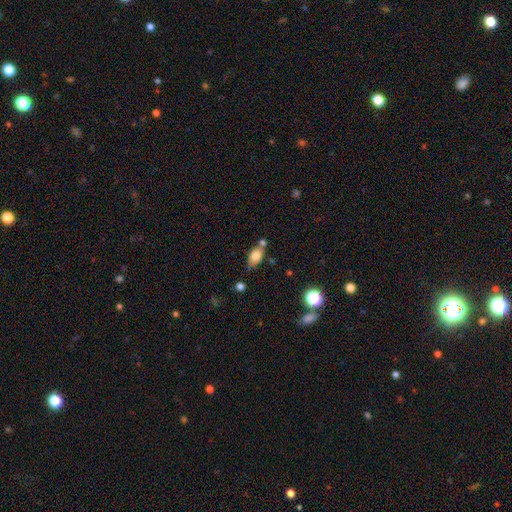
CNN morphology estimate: smooth_or_featured: smooth (p=0.74) [alt: featured or disk p=0.17]
how_rounded: in between (p=0.83) [alt: round p=0.10]
merging: none (p=0.58) [alt: minor disturbance p=0.19]